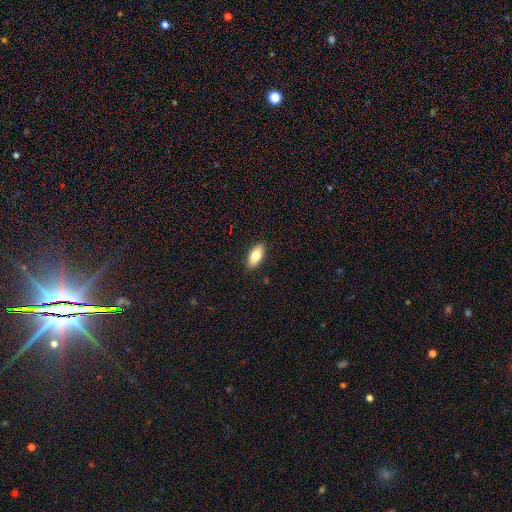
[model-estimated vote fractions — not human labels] Smooth or featured: smooth — 79% (featured or disk — 14%)
How rounded: in between — 89% (cigar-shaped — 9%)
Merging: none — 89% (minor disturbance — 8%)